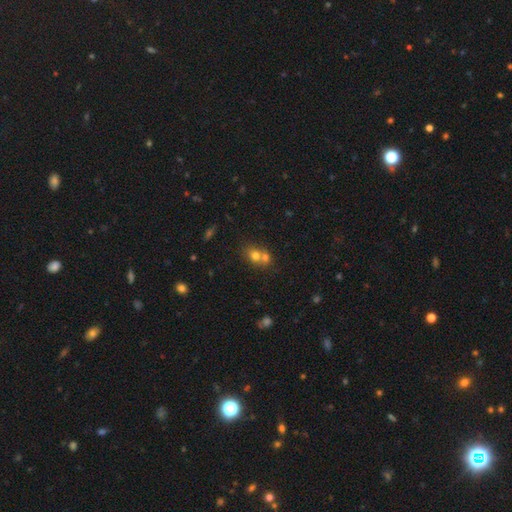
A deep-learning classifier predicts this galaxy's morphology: type=smooth (70%); roundness=round (67%); merging=merger (56%).